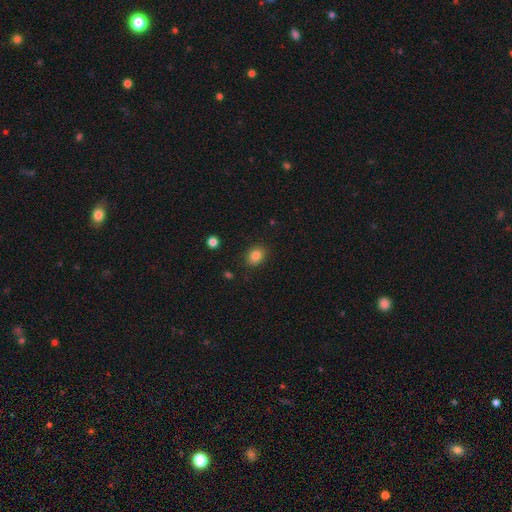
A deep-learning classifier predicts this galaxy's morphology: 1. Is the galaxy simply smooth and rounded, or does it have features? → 84% smooth, 11% star or artifact, 6% featured or disk.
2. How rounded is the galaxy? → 54% round, 45% in between, 1% cigar-shaped.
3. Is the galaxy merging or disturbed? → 87% none, 9% minor disturbance, 3% major disturbance, 1% merger.